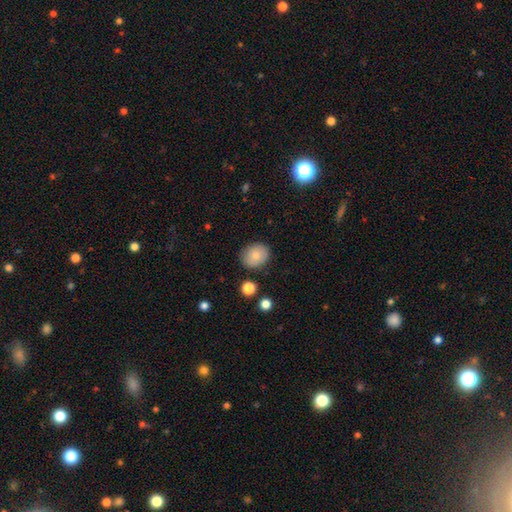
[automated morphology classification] Overall: smooth (79%). How rounded: round (55%; in between 44%). Merging: none (84%).